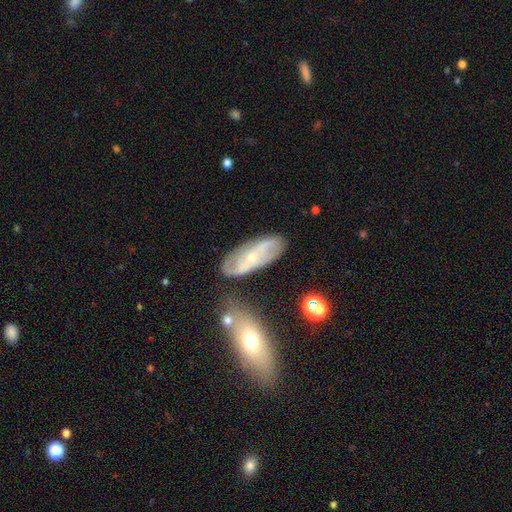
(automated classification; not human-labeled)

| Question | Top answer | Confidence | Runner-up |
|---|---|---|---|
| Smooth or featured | featured or disk | 71% | smooth (20%) |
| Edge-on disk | no | 86% | yes (14%) |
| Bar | no | 47% | weak (36%) |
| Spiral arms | yes | 78% | no (22%) |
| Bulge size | small | 66% | moderate (29%) |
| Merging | none | 71% | minor disturbance (17%) |